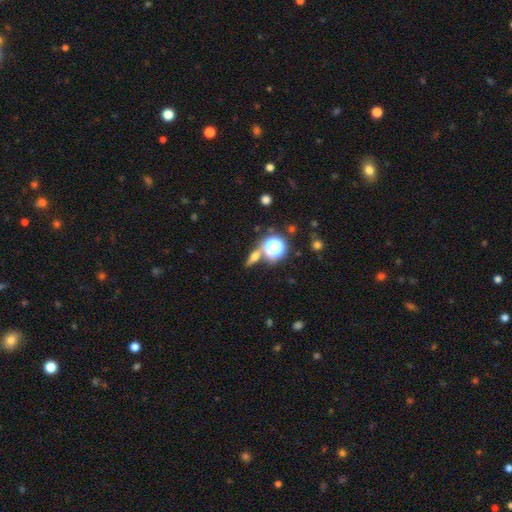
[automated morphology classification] A smooth galaxy with no disk features (48%). Merging: none (71%).